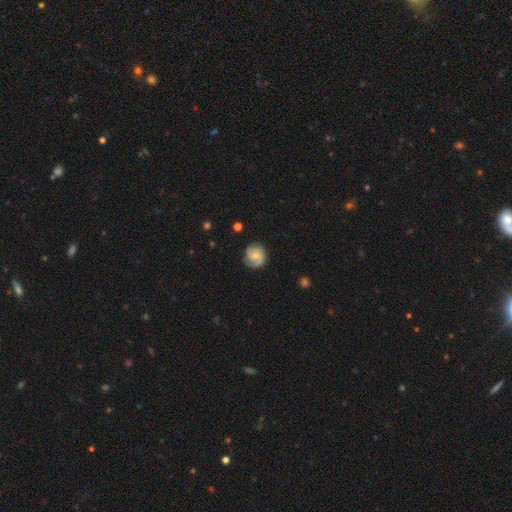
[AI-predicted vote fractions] featured or disk 65%, smooth 29%, star or artifact 7%. Down the decision tree: edge-on disk — no (98%); bar — no (61%); spiral arms — yes (93%); spiral arm count — 2 (59%); spiral winding — tight (46%); bulge size — small (55%); merging — none (77%).